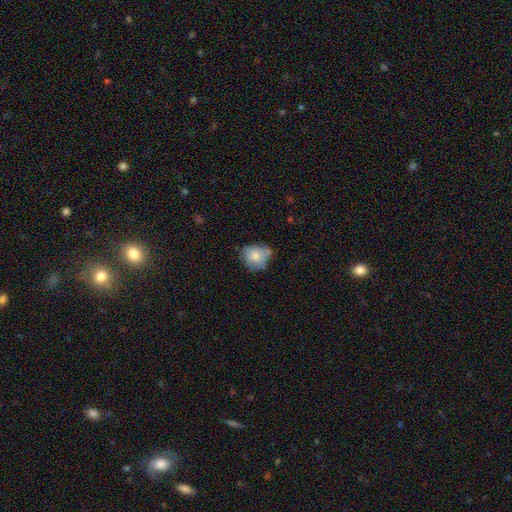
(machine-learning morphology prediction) Smooth or featured?
  - smooth: 73% *
  - featured or disk: 18%
  - star or artifact: 9%
How rounded?
  - round: 62% *
  - in between: 37%
  - cigar-shaped: 1%
Merging?
  - none: 47% *
  - minor disturbance: 36%
  - major disturbance: 12%
  - merger: 5%